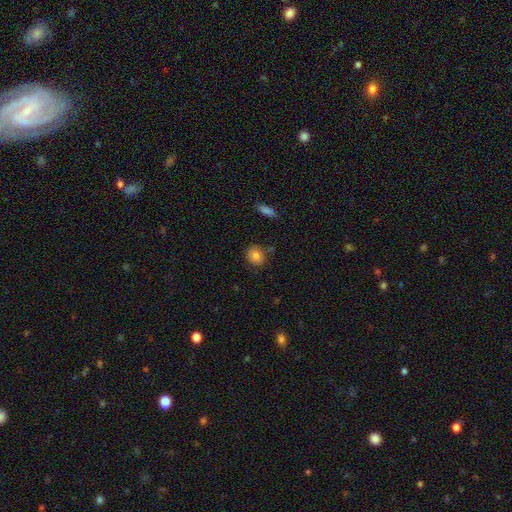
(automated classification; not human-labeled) This is clearly a smooth galaxy (83%). How rounded: likely round (80%). Merging: clearly none (81%).